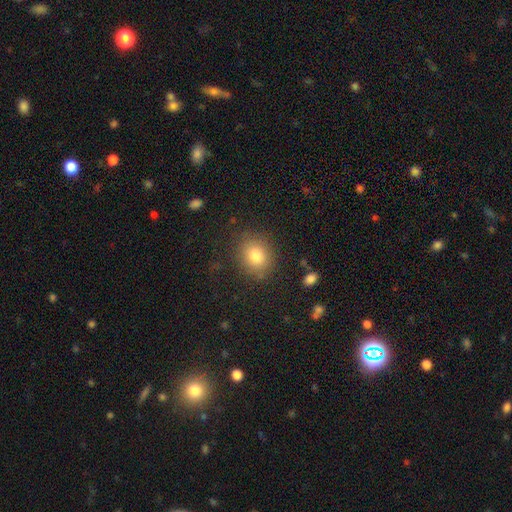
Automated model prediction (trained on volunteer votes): smooth_or_featured: smooth (p=0.81) [alt: star or artifact p=0.11]
how_rounded: round (p=0.63) [alt: in between p=0.36]
merging: none (p=0.83) [alt: minor disturbance p=0.11]